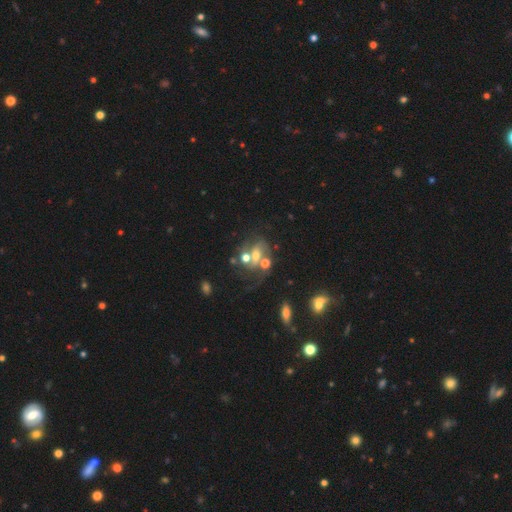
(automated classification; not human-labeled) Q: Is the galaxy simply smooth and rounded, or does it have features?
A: featured or disk — 59%.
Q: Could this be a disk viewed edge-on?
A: no — 96%.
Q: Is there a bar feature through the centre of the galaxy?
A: no — 59%.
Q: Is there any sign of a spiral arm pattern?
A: yes — 64%.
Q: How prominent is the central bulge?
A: moderate — 53%.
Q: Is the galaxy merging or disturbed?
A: merger — 43%.